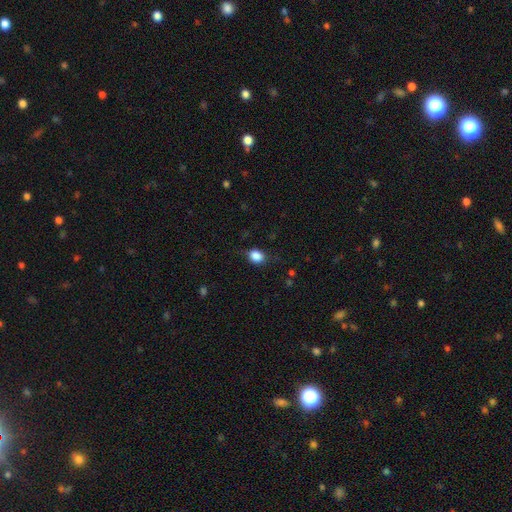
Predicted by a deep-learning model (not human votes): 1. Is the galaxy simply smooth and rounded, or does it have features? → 86% smooth, 9% star or artifact, 5% featured or disk.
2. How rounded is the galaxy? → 50% in between, 49% round, 1% cigar-shaped.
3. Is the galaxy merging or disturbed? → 73% none, 19% minor disturbance, 6% major disturbance, 1% merger.